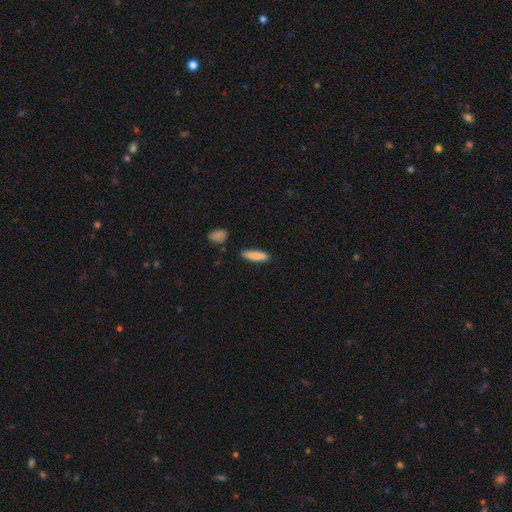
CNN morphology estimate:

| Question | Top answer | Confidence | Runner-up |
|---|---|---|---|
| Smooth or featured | smooth | 80% | featured or disk (13%) |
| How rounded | cigar-shaped | 70% | in between (28%) |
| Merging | none | 86% | minor disturbance (10%) |